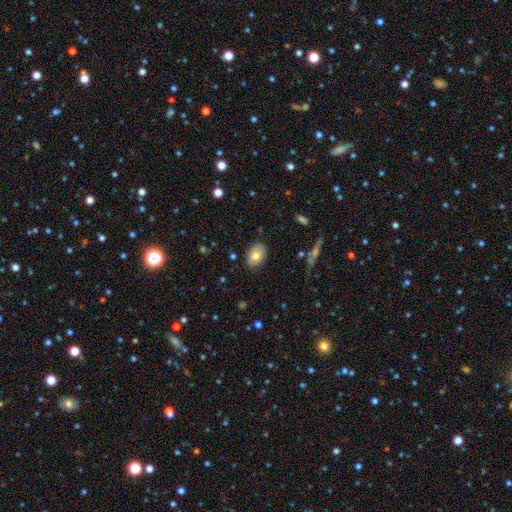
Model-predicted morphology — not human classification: type=smooth (76%); roundness=in between (82%); merging=none (84%).